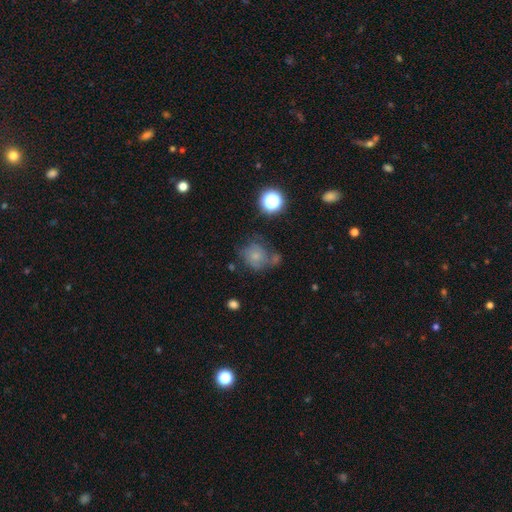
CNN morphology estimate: Q: Smooth or featured?
A: smooth (66%); runner-up: featured or disk (18%)
Q: How rounded?
A: round (77%); runner-up: in between (22%)
Q: Merging?
A: none (48%); runner-up: minor disturbance (22%)